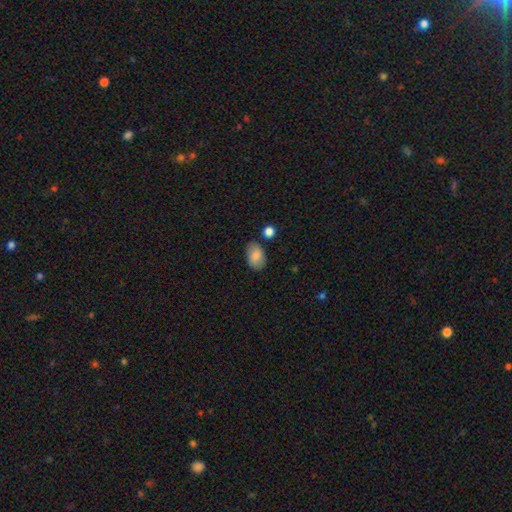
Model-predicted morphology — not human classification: Smooth or featured? smooth (85%)
How rounded? in between (90%)
Merging? none (79%)